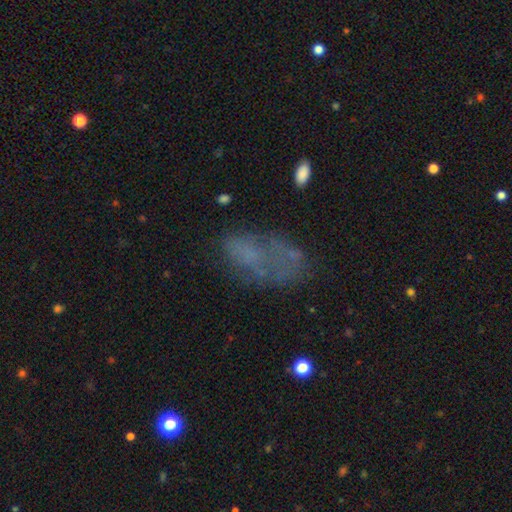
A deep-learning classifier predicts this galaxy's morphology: The model was most divided on "smooth or featured": smooth: 47%, featured or disk: 32%, star or artifact: 21%. Remaining: merging — none (43%).